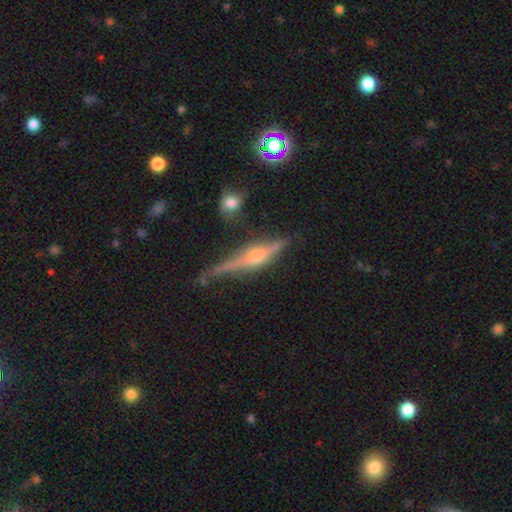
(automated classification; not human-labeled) Smooth or featured: featured or disk — 77% (smooth — 14%)
Edge-on disk: yes — 95% (no — 5%)
Edge-on bulge: rounded — 84% (boxy — 11%)
Merging: none — 71% (minor disturbance — 19%)